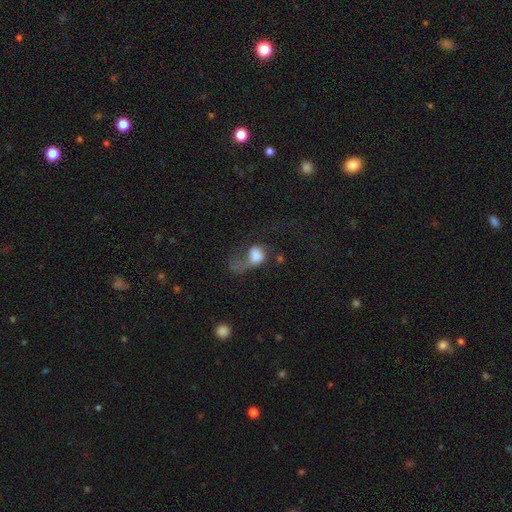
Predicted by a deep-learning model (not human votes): smooth_or_featured: smooth (p=0.62) [alt: featured or disk p=0.28]
how_rounded: in between (p=0.50) [alt: round p=0.48]
merging: major disturbance (p=0.63) [alt: none p=0.15]